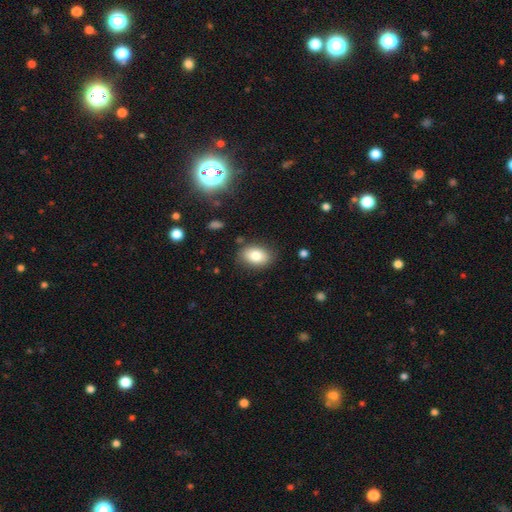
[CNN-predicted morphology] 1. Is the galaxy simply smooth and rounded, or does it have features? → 81% smooth, 11% featured or disk, 9% star or artifact.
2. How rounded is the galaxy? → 83% in between, 16% round, 1% cigar-shaped.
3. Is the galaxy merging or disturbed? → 83% none, 12% minor disturbance, 3% major disturbance, 2% merger.